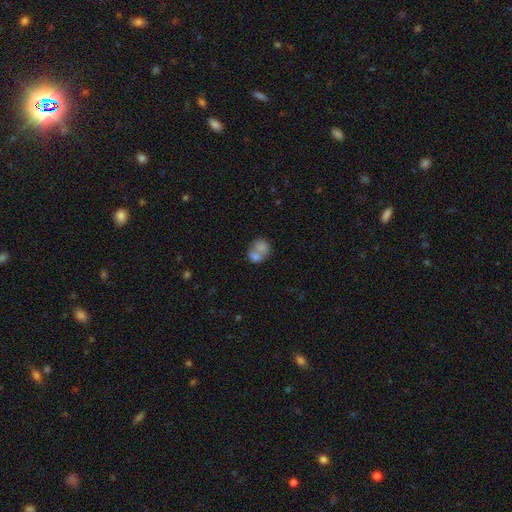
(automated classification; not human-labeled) Smooth or featured: smooth — 75% (featured or disk — 16%)
How rounded: round — 61% (in between — 38%)
Merging: merger — 64% (none — 24%)